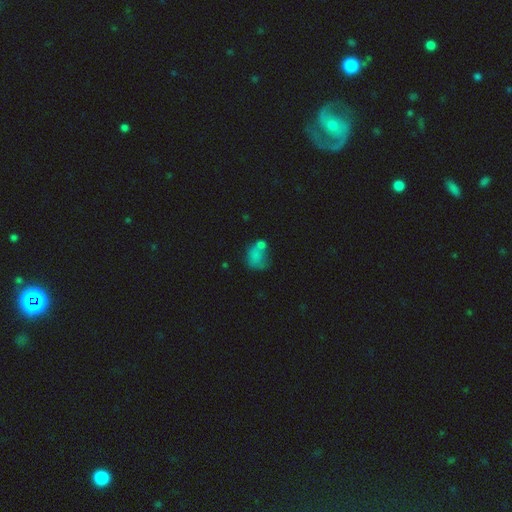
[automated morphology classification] Smooth or featured: smooth — 68% (featured or disk — 18%)
How rounded: in between — 52% (round — 46%)
Merging: merger — 31% (none — 30%)